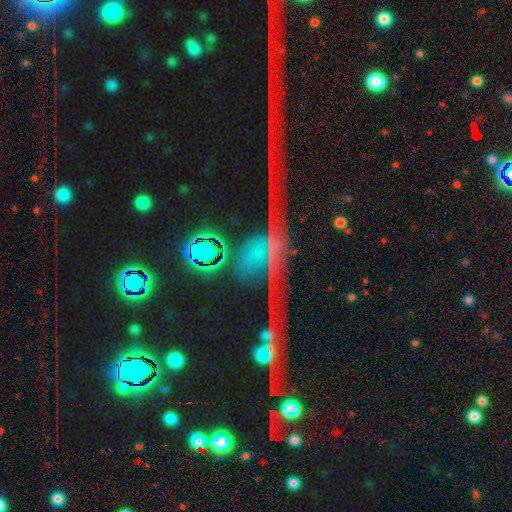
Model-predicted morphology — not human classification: Smooth or featured: star or artifact — 67% (featured or disk — 17%)